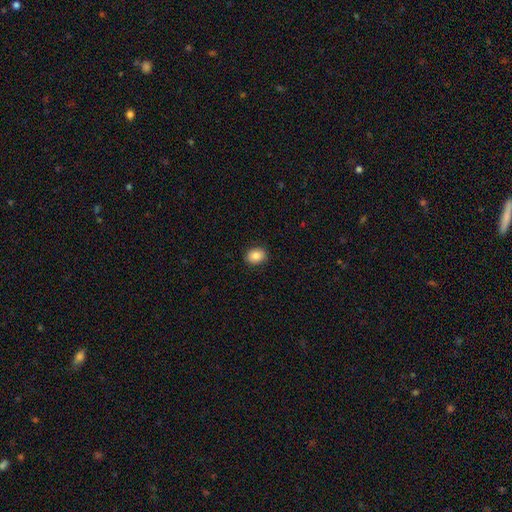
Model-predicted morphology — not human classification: Smooth or featured?
  - smooth: 86% *
  - star or artifact: 8%
  - featured or disk: 6%
How rounded?
  - in between: 61% *
  - round: 39%
  - cigar-shaped: 1%
Merging?
  - none: 90% *
  - minor disturbance: 7%
  - major disturbance: 2%
  - merger: 1%